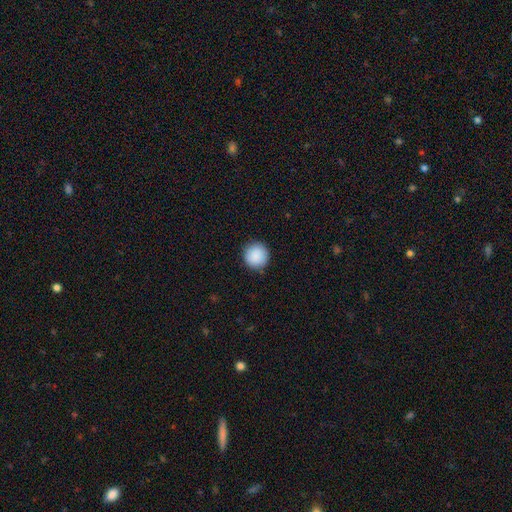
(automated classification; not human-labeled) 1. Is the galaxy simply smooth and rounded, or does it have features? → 89% smooth, 8% star or artifact, 3% featured or disk.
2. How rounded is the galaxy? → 95% round, 4% in between, 1% cigar-shaped.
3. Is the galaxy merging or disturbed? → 90% none, 7% minor disturbance, 2% major disturbance, 1% merger.